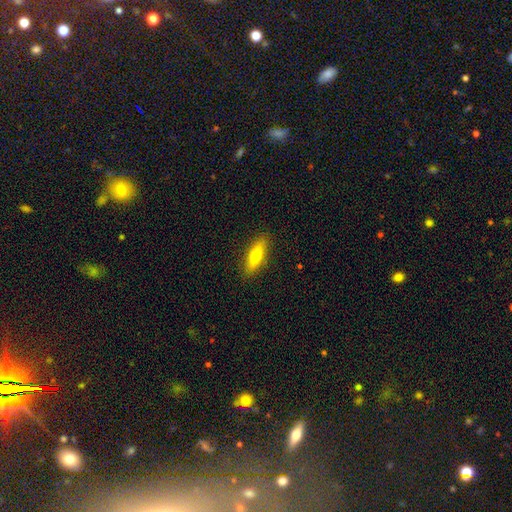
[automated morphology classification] The model was most divided on "how rounded": cigar-shaped: 55%, in between: 43%, round: 3%. More confident: merging — none (89%); smooth or featured — smooth (64%).